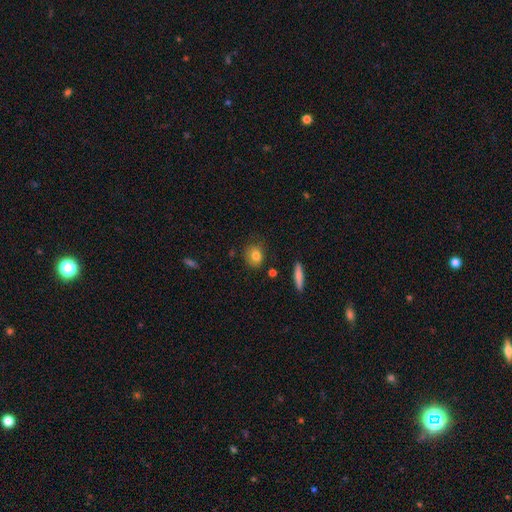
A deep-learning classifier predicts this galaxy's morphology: type=smooth (79%); roundness=round (62%); merging=none (77%).